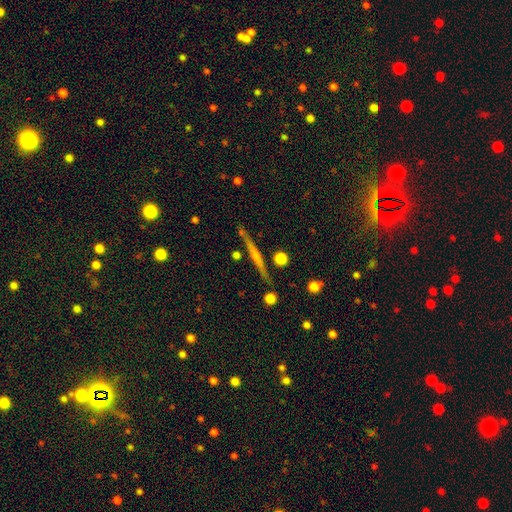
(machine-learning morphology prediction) Smooth or featured?
  - featured or disk: 58% *
  - smooth: 34%
  - star or artifact: 8%
Edge-on disk?
  - yes: 97% *
  - no: 3%
Edge-on bulge?
  - none: 66% *
  - rounded: 24%
  - boxy: 11%
Merging?
  - none: 86% *
  - minor disturbance: 9%
  - merger: 3%
  - major disturbance: 2%